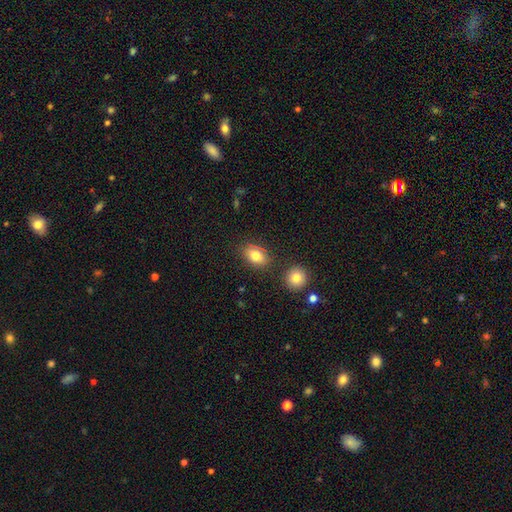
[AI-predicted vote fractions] Overall: smooth (81%). How rounded: in between (81%). Merging: none (80%).